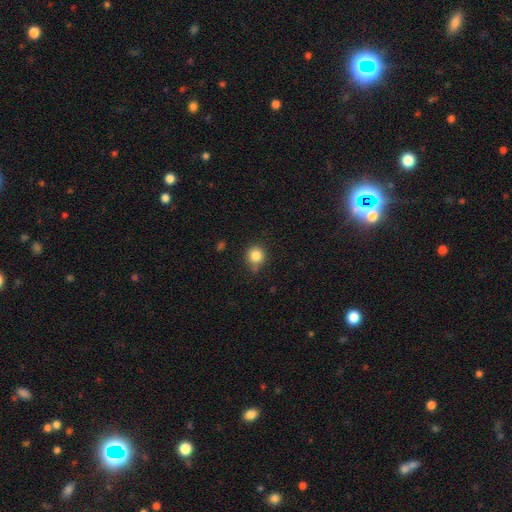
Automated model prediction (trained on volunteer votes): Smooth or featured? smooth (84%)
How rounded? round (89%)
Merging? none (74%)